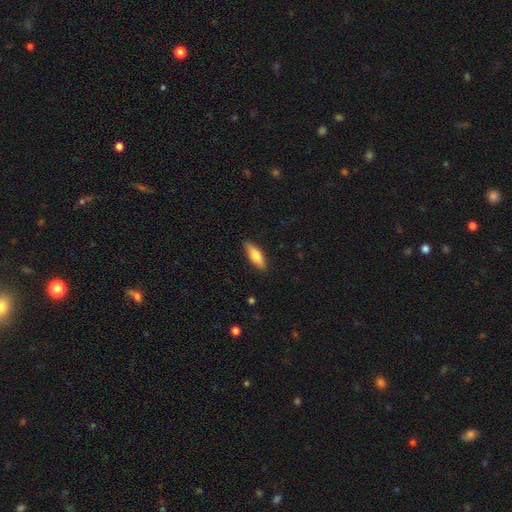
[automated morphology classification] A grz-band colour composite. It shows a smooth galaxy with no disk features (71%) that is in between round and cigar-shaped (54%). Merging: none (86%).